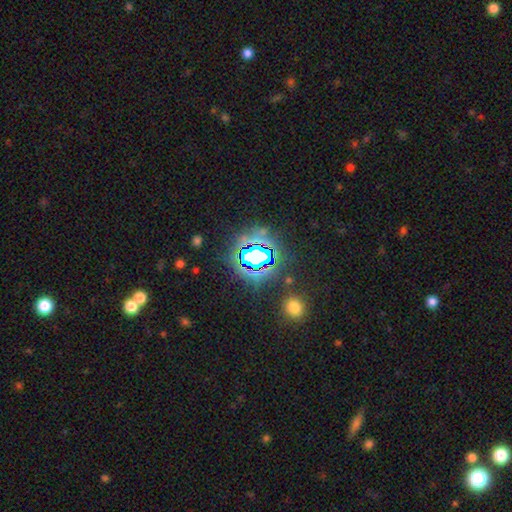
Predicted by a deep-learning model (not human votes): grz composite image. It shows a star or artifact, not a galaxy (74%).